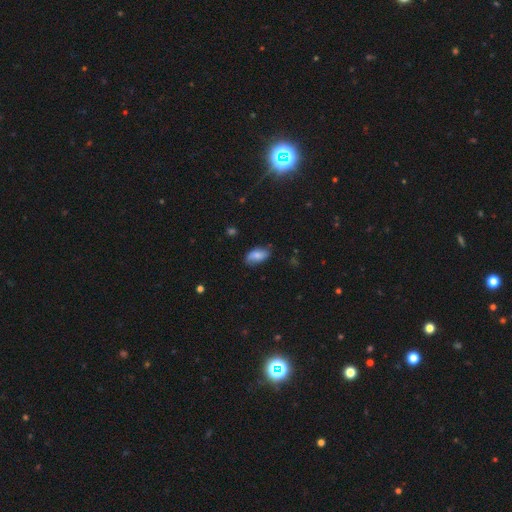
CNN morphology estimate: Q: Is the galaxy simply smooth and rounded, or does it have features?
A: smooth — 70%.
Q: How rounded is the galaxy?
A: in between — 91%.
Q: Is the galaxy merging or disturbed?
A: none — 71%.